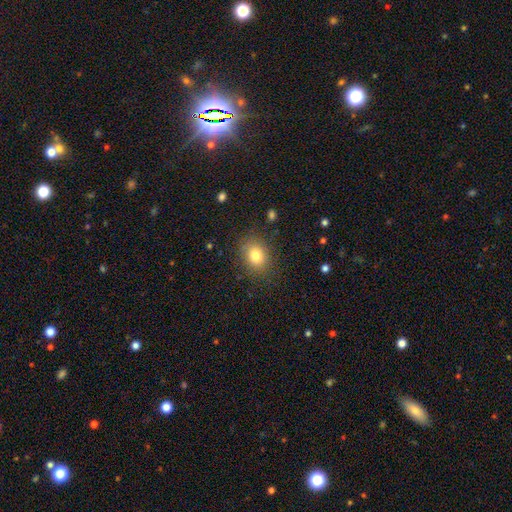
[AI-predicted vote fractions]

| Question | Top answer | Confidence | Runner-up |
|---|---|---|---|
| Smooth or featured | smooth | 80% | star or artifact (11%) |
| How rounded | in between | 52% | round (47%) |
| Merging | none | 84% | minor disturbance (11%) |